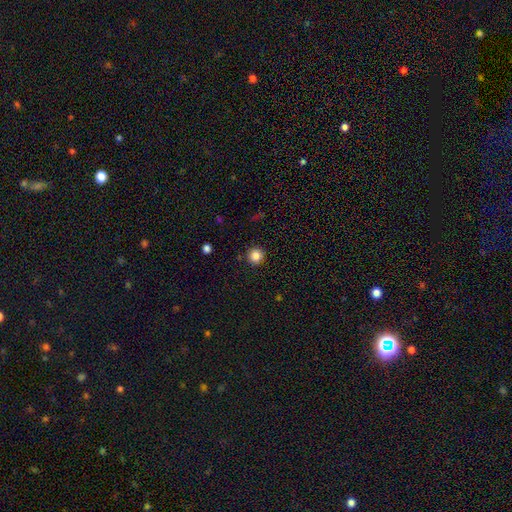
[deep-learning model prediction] This is clearly a smooth galaxy (85%). How rounded: clearly round (95%). Merging: clearly none (91%).